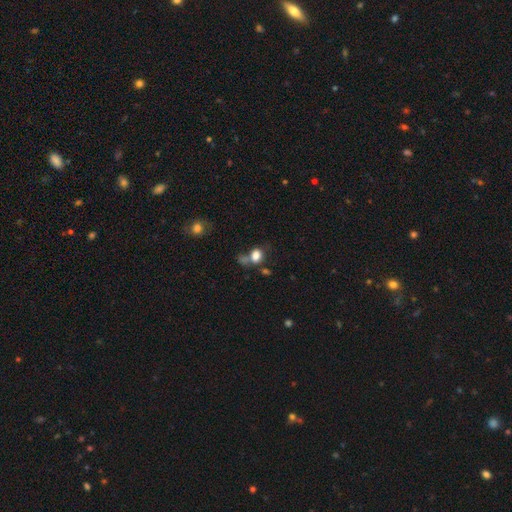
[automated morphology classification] Smooth or featured: smooth — 79% (star or artifact — 12%)
How rounded: round — 51% (in between — 48%)
Merging: none — 43% (merger — 27%)